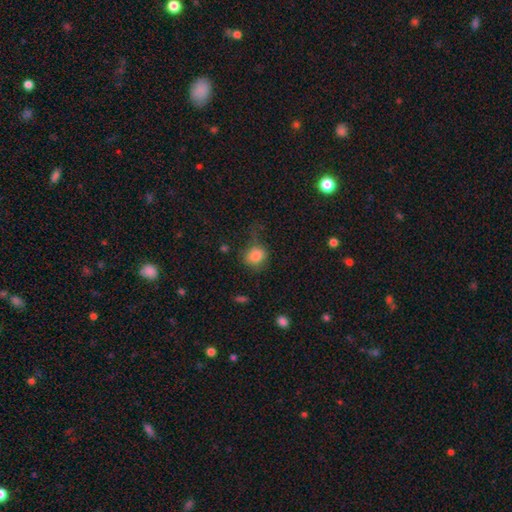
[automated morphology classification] smooth 83%, star or artifact 10%, featured or disk 8%. Down the decision tree: how rounded — round (60%); merging — none (50%).